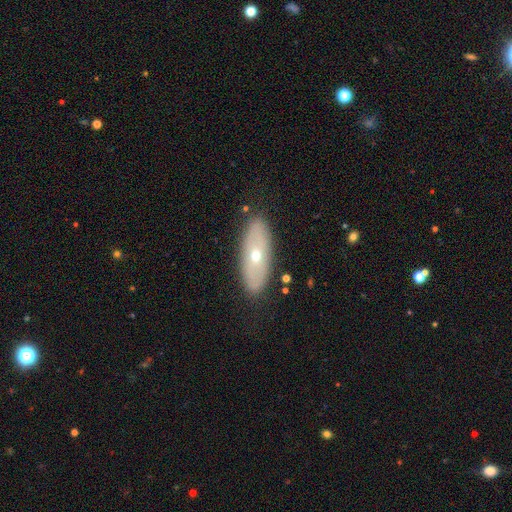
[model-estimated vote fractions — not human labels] featured or disk 47%, smooth 46%, star or artifact 7%. Down the decision tree: merging — none (86%).